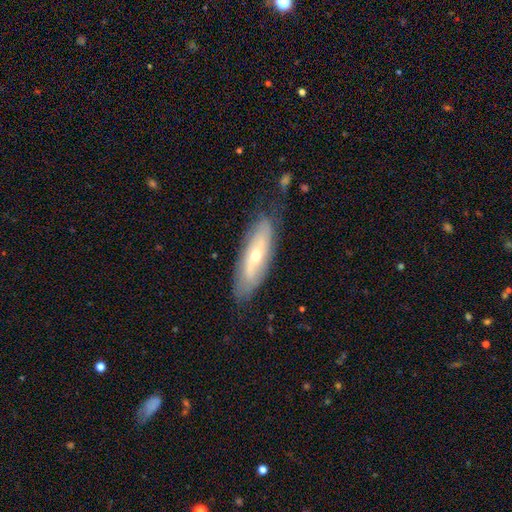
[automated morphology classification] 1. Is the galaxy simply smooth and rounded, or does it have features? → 59% featured or disk, 34% smooth, 7% star or artifact.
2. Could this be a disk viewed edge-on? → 70% no, 30% yes.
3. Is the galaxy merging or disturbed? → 76% none, 18% minor disturbance, 5% major disturbance, 2% merger.